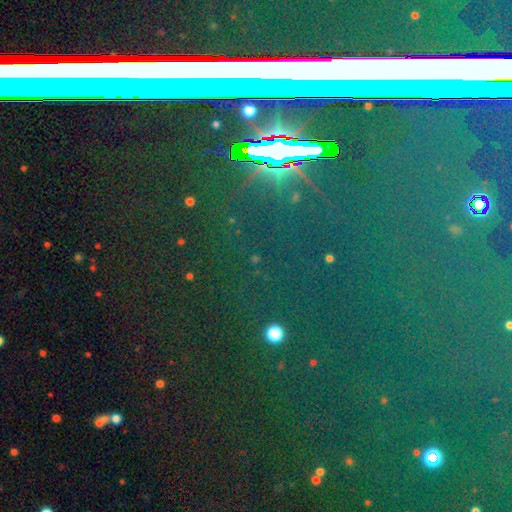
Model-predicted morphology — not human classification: A star or artifact, not a galaxy (77%).

Vote fractions:
- Smooth or featured? star or artifact: 77% / smooth: 12% / featured or disk: 10%